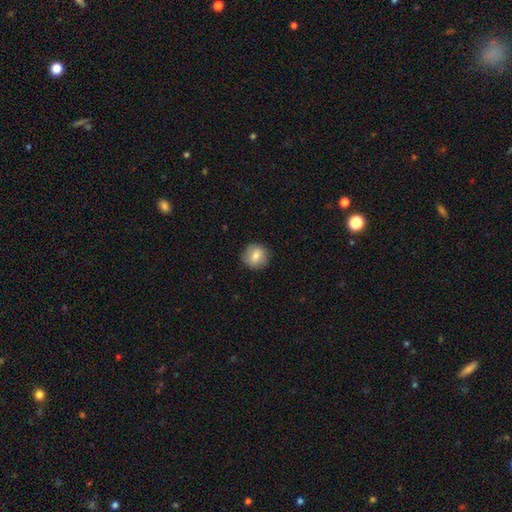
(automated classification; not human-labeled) Overall: smooth (79%). How rounded: round (91%). Merging: none (87%).